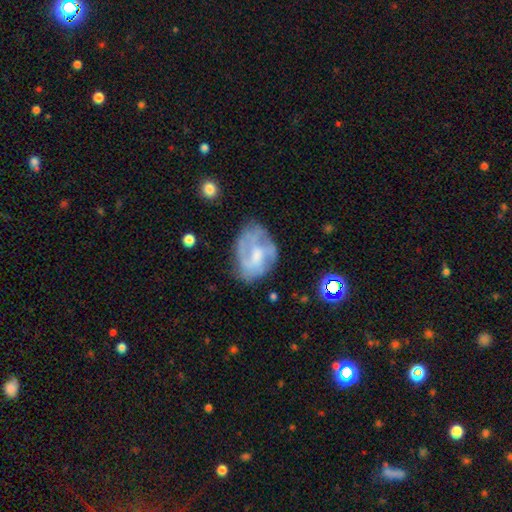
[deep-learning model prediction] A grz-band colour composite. It shows a featured or disk galaxy (65%) with no bar (47%), spiral arms (67%) and a moderate central bulge (41%). Merging: none (55%).